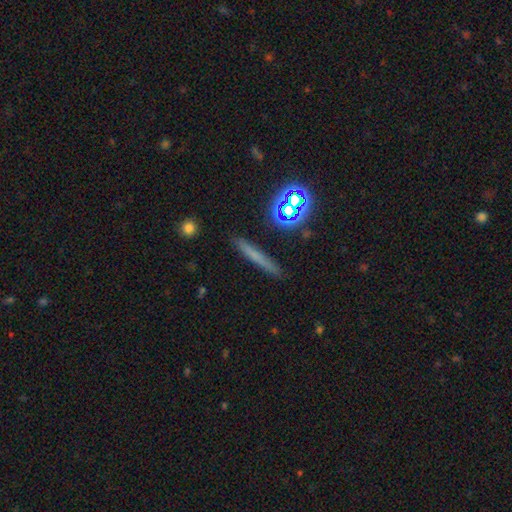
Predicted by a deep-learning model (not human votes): Smooth or featured: smooth — 58% (featured or disk — 27%)
How rounded: cigar-shaped — 90% (round — 5%)
Merging: none — 89% (minor disturbance — 7%)